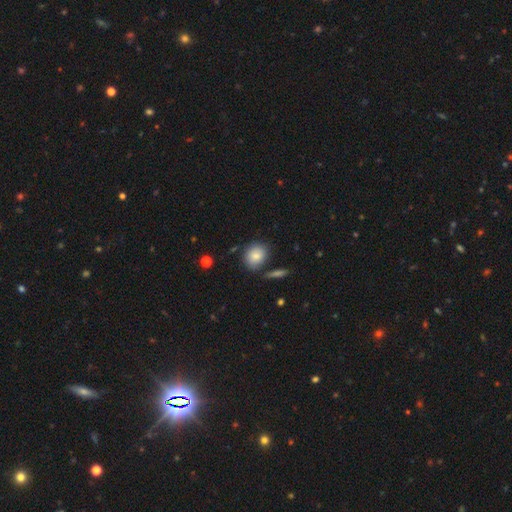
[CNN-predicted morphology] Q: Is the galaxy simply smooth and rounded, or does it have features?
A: smooth — 81%.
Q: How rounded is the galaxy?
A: round — 68%.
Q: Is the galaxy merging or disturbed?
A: none — 74%.